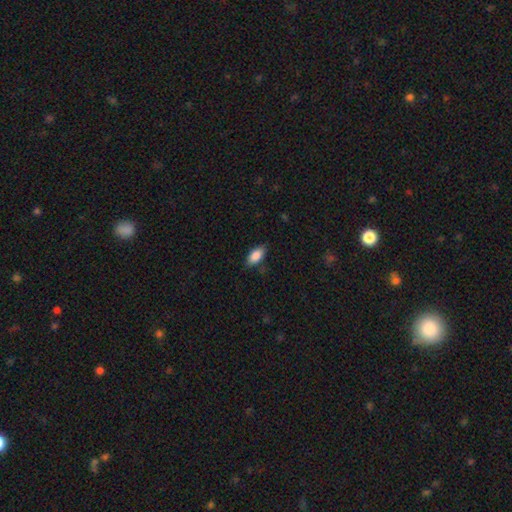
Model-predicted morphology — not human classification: Smooth or featured? smooth (86%)
How rounded? in between (89%)
Merging? none (82%)